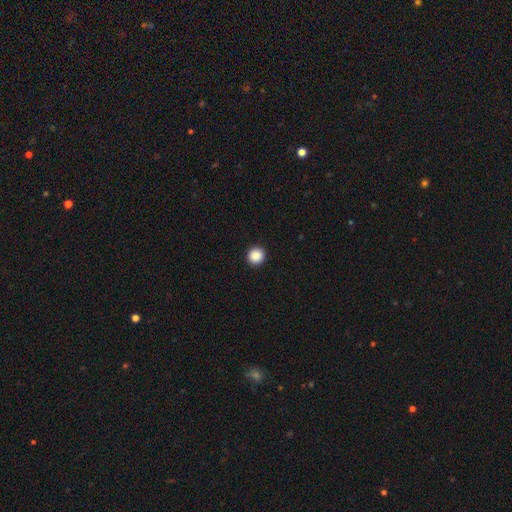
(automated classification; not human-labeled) Q: Smooth or featured?
A: smooth (89%); runner-up: star or artifact (9%)
Q: How rounded?
A: round (93%); runner-up: in between (6%)
Q: Merging?
A: none (93%); runner-up: minor disturbance (4%)